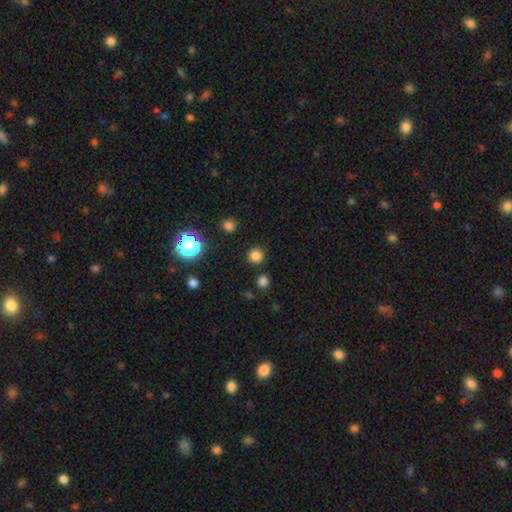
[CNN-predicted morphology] The model was most divided on "smooth or featured": smooth: 80%, star or artifact: 16%, featured or disk: 4%. More confident: how rounded — round (94%); merging — none (89%).